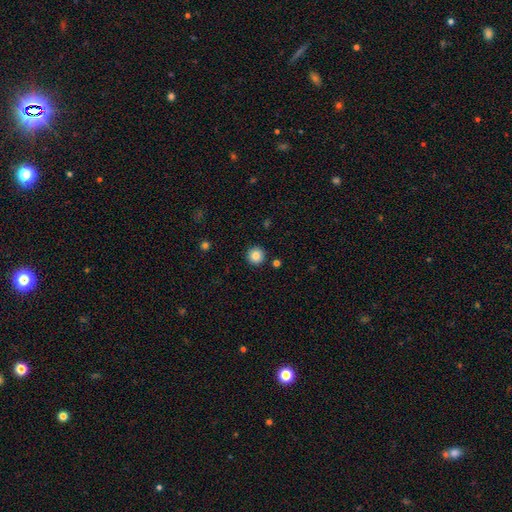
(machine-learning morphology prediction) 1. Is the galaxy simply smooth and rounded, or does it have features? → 85% smooth, 10% star or artifact, 5% featured or disk.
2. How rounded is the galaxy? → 96% round, 3% in between, 1% cigar-shaped.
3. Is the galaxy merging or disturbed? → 91% none, 5% minor disturbance, 2% merger, 2% major disturbance.